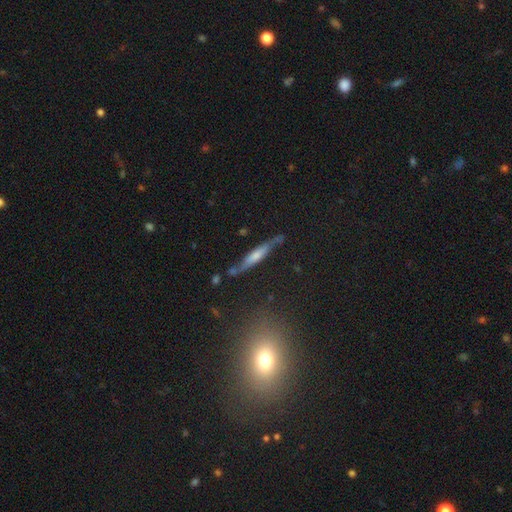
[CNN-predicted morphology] Smooth or featured? Predicted: smooth (p=0.46). Merging? Predicted: none (p=0.68).